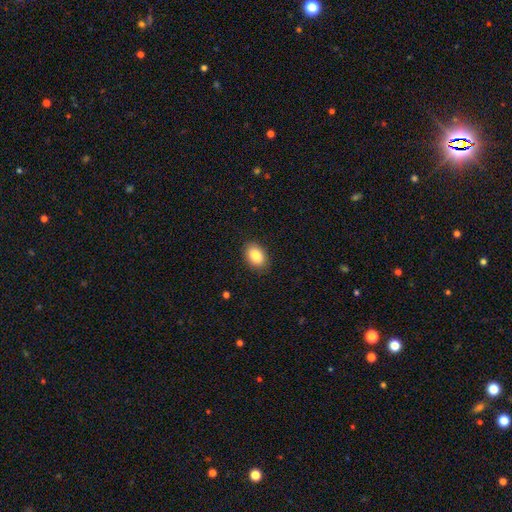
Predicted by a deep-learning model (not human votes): Smooth or featured? Predicted: smooth (p=0.86). How rounded? Predicted: in between (p=0.84). Merging? Predicted: none (p=0.88).